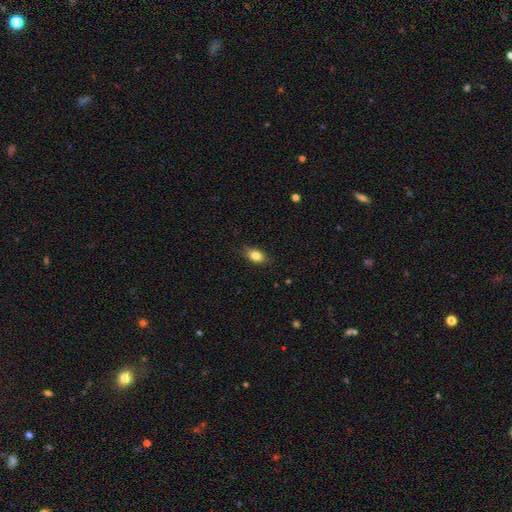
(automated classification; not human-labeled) Smooth or featured? smooth (82%)
How rounded? in between (83%)
Merging? none (84%)